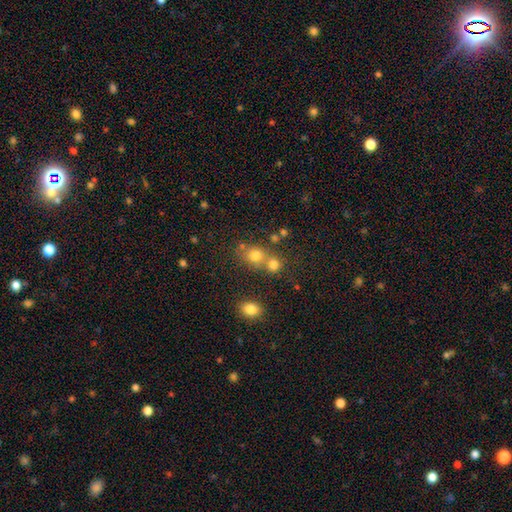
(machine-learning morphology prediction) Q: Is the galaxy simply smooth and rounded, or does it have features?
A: smooth — 73%.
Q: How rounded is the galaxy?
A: round — 73%.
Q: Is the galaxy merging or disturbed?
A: none — 49%.